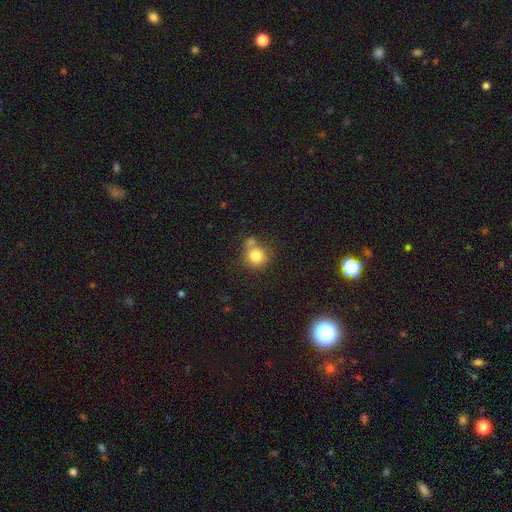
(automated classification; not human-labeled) Smooth or featured?
  - smooth: 80% *
  - star or artifact: 10%
  - featured or disk: 9%
How rounded?
  - round: 88% *
  - in between: 11%
  - cigar-shaped: 1%
Merging?
  - none: 55% *
  - merger: 29%
  - minor disturbance: 12%
  - major disturbance: 4%